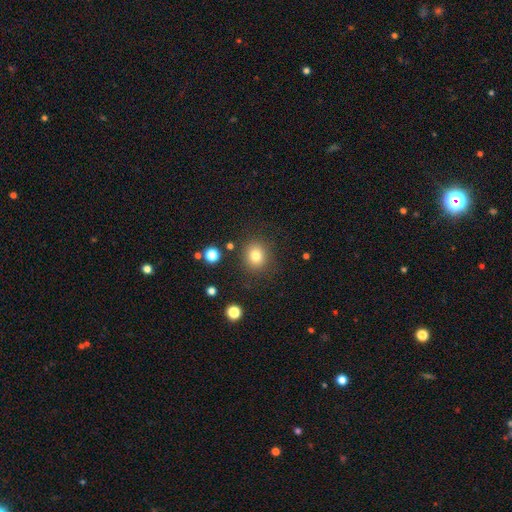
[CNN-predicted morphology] Q: Smooth or featured?
A: smooth (81%); runner-up: star or artifact (12%)
Q: How rounded?
A: round (85%); runner-up: in between (15%)
Q: Merging?
A: none (86%); runner-up: minor disturbance (8%)